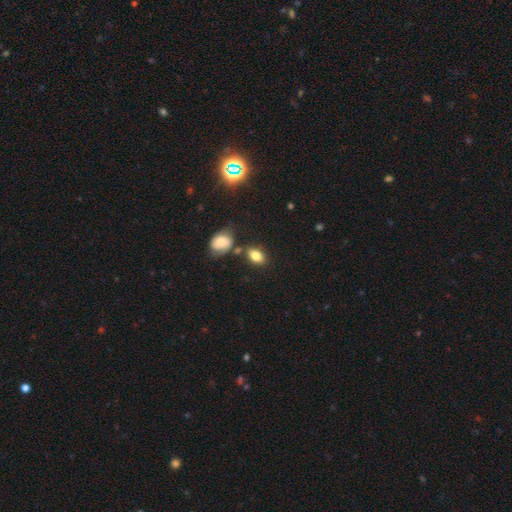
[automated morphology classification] The model was most divided on "merging": none: 73%, minor disturbance: 13%, merger: 11%, major disturbance: 4%. More confident: how rounded — in between (84%); smooth or featured — smooth (81%).